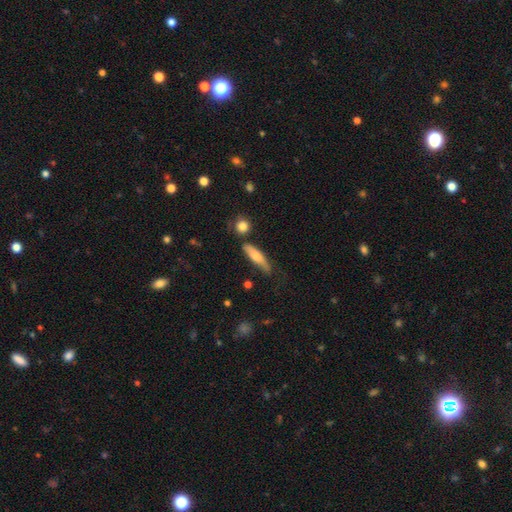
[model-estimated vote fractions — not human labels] smooth_or_featured: smooth (p=0.67) [alt: featured or disk p=0.27]
how_rounded: cigar-shaped (p=0.71) [alt: in between p=0.27]
merging: none (p=0.58) [alt: minor disturbance p=0.27]